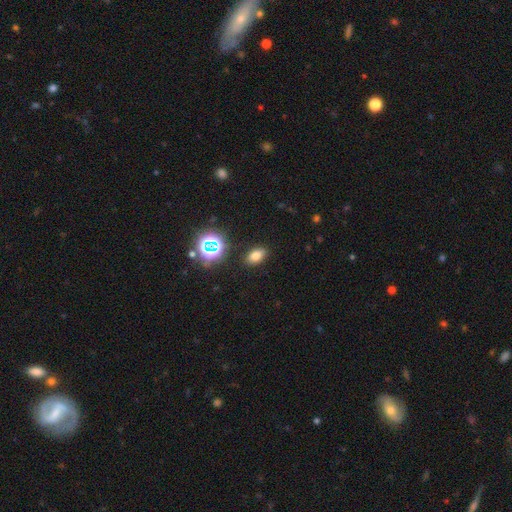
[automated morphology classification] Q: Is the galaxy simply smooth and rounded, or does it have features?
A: smooth — 72%.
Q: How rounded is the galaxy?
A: in between — 84%.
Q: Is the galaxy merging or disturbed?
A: none — 87%.